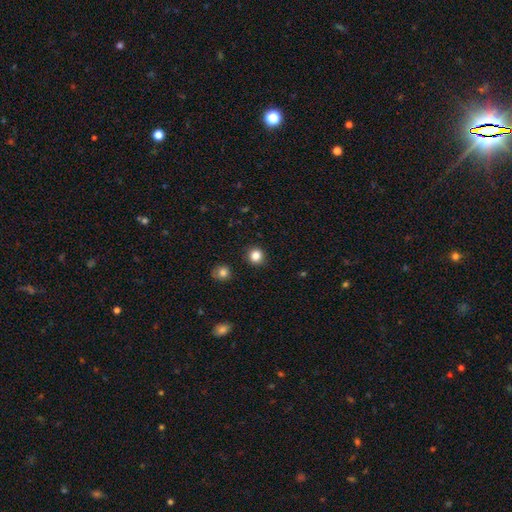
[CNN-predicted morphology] A smooth galaxy with no disk features (84%) that is round (88%).

Vote fractions:
- Smooth or featured? smooth: 84% / star or artifact: 11% / featured or disk: 4%
- How rounded? round: 88% / in between: 11% / cigar-shaped: 1%
- Merging? none: 90% / minor disturbance: 7% / major disturbance: 2% / merger: 1%